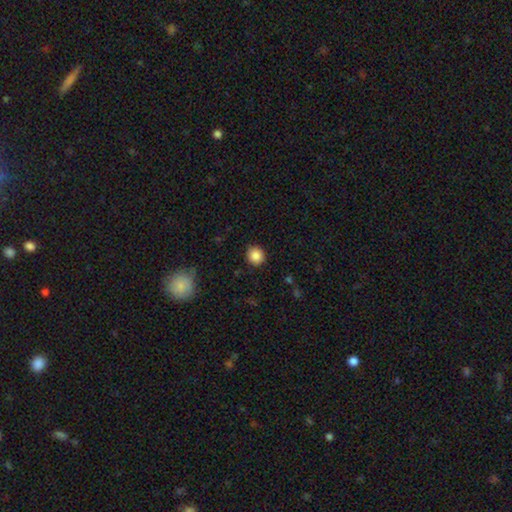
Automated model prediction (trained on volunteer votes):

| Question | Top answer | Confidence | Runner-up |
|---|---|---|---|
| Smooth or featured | smooth | 87% | star or artifact (9%) |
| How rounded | round | 87% | in between (12%) |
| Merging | none | 89% | minor disturbance (8%) |